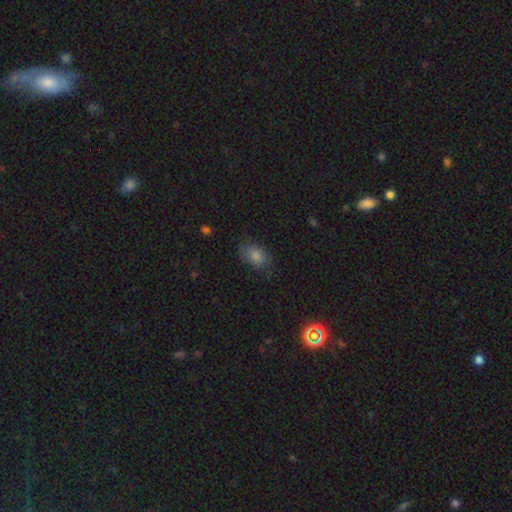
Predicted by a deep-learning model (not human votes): smooth 71%, star or artifact 17%, featured or disk 11%. Down the decision tree: how rounded — in between (77%); merging — none (72%).